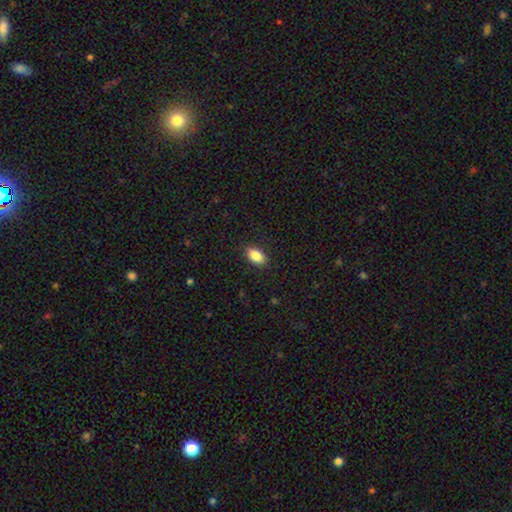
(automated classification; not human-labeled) The model was most divided on "merging": none: 87%, minor disturbance: 9%, major disturbance: 2%, merger: 1%. More confident: how rounded — in between (91%); smooth or featured — smooth (86%).